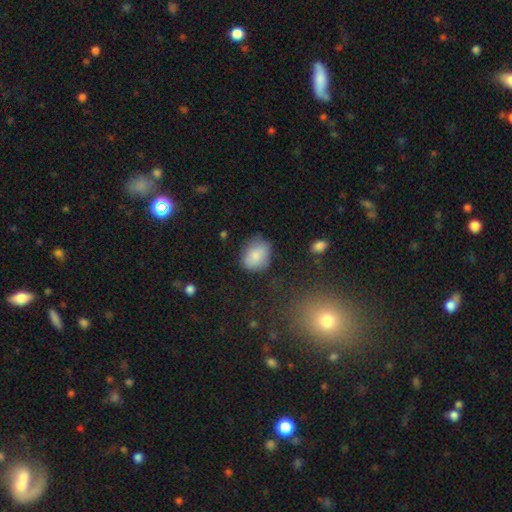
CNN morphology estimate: Q: Smooth or featured?
A: smooth (82%); runner-up: featured or disk (10%)
Q: How rounded?
A: in between (61%); runner-up: round (38%)
Q: Merging?
A: none (71%); runner-up: minor disturbance (21%)